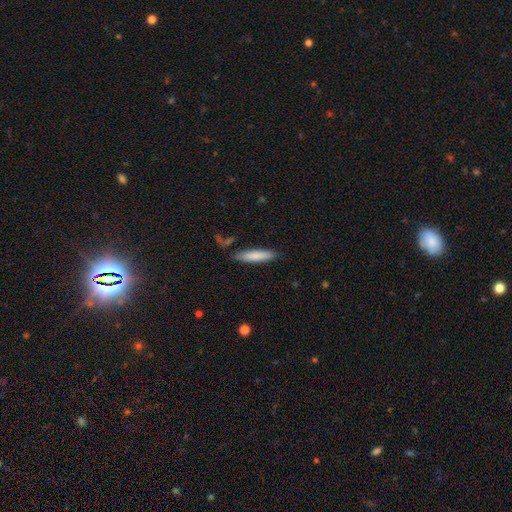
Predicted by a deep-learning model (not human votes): Smooth or featured?
  - smooth: 81% *
  - featured or disk: 13%
  - star or artifact: 6%
How rounded?
  - cigar-shaped: 83% *
  - in between: 16%
  - round: 1%
Merging?
  - none: 83% *
  - minor disturbance: 12%
  - merger: 3%
  - major disturbance: 3%